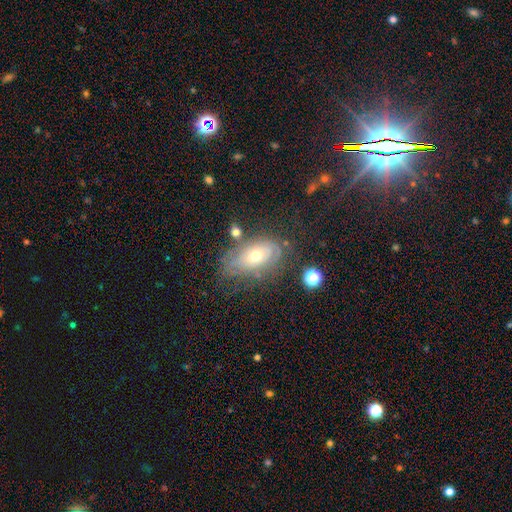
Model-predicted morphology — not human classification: Smooth or featured? featured or disk (58%)
Edge-on disk? no (88%)
Bar? no (78%)
Spiral arms? yes (67%)
Bulge size? moderate (57%)
Merging? none (61%)